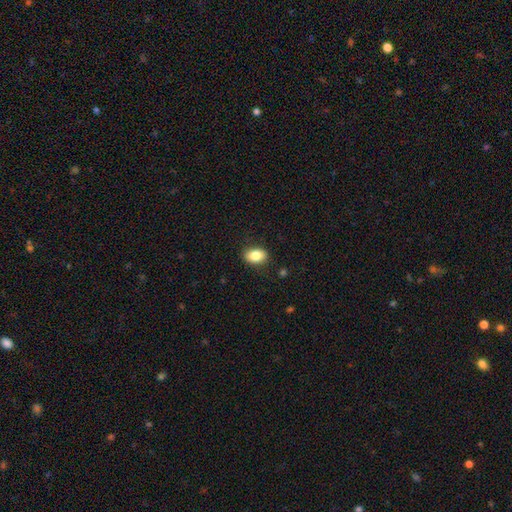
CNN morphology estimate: Smooth or featured: smooth — 83% (featured or disk — 9%)
How rounded: in between — 81% (round — 18%)
Merging: none — 87% (minor disturbance — 10%)